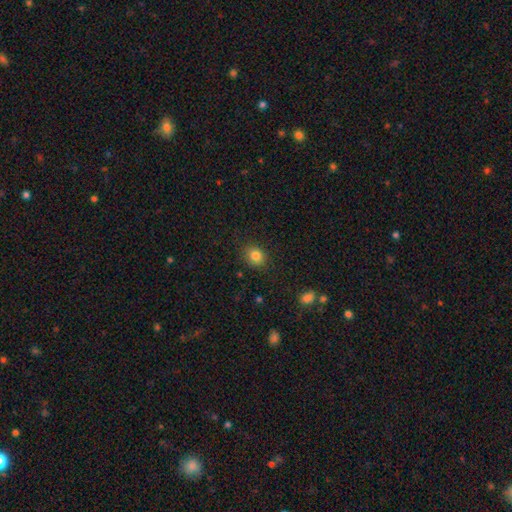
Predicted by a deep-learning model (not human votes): This is clearly a smooth galaxy (83%). How rounded: likely round (66%). Merging: clearly none (86%).